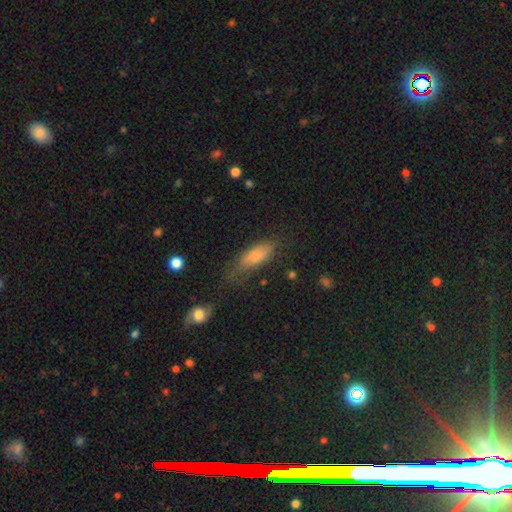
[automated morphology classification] type=smooth (77%); roundness=in between (67%); merging=none (50%).